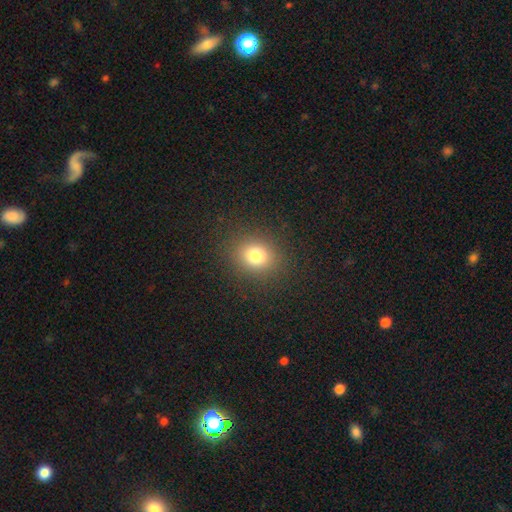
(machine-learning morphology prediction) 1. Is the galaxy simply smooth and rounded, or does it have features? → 77% smooth, 15% star or artifact, 8% featured or disk.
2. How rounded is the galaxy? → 72% round, 27% in between, 1% cigar-shaped.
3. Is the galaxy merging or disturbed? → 88% none, 7% minor disturbance, 4% major disturbance, 1% merger.